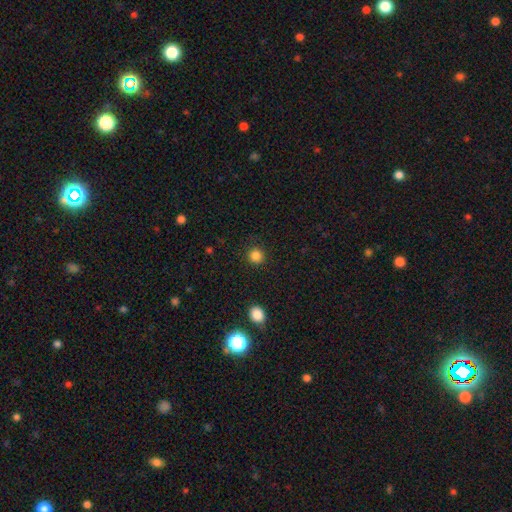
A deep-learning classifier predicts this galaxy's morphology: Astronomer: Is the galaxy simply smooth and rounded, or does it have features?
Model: smooth — 84%.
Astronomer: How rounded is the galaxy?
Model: round — 93%.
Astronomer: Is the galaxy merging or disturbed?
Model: none — 91%.